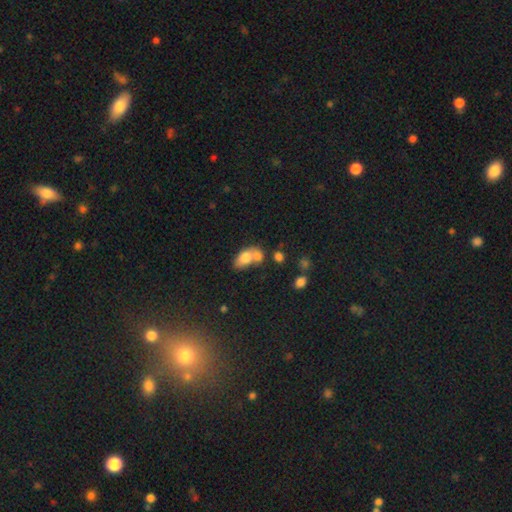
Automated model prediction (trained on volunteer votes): A smooth galaxy with no disk features (71%) that is in between round and cigar-shaped (79%). Merging: merger (58%).